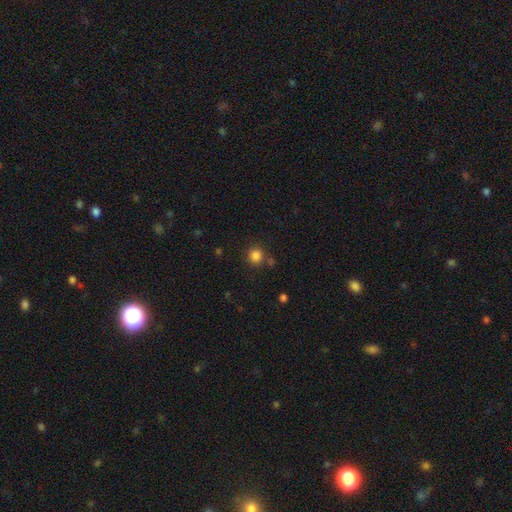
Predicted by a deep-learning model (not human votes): This appears to be a smooth galaxy with no disk features (84%) that is round (92%). Merging: none (80%).